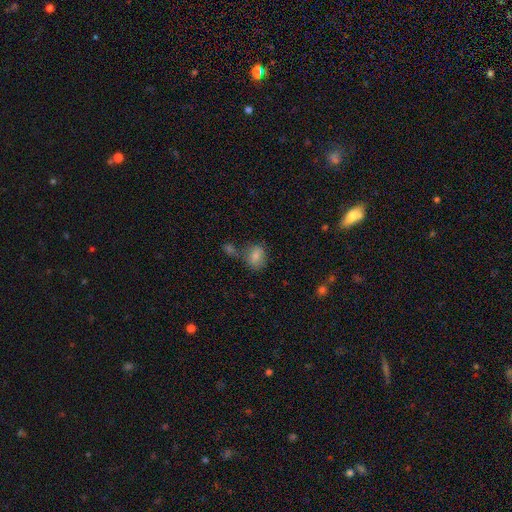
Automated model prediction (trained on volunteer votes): Smooth or featured? smooth (78%)
How rounded? in between (51%)
Merging? none (53%)